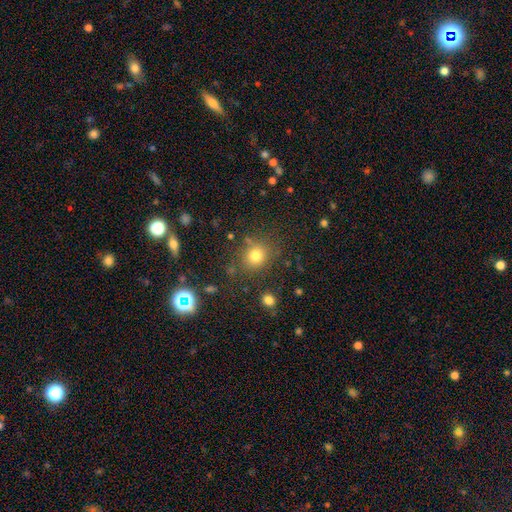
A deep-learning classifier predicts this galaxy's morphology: Q: Smooth or featured?
A: smooth (76%); runner-up: star or artifact (16%)
Q: How rounded?
A: round (74%); runner-up: in between (25%)
Q: Merging?
A: none (78%); runner-up: minor disturbance (12%)